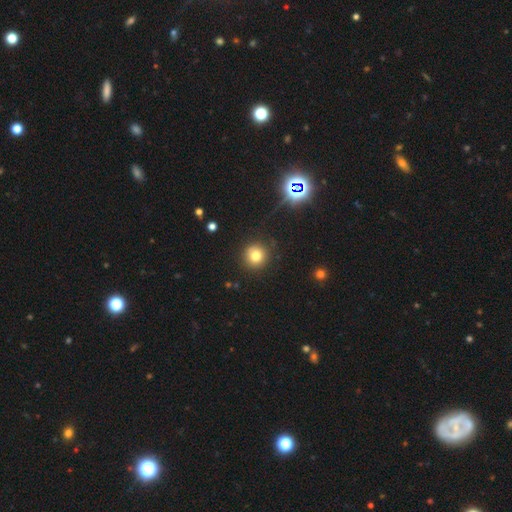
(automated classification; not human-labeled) Smooth or featured? smooth (76%)
How rounded? round (94%)
Merging? none (89%)